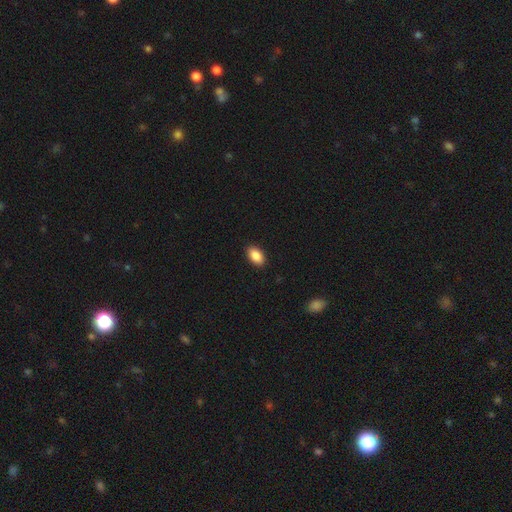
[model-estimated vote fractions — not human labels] Smooth or featured: smooth — 89% (star or artifact — 7%)
How rounded: in between — 93% (round — 4%)
Merging: none — 90% (minor disturbance — 7%)